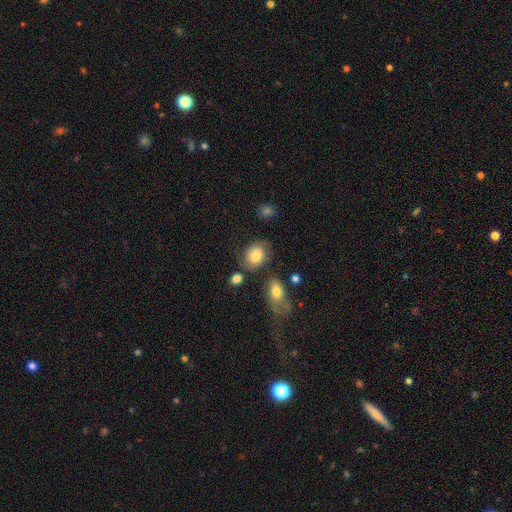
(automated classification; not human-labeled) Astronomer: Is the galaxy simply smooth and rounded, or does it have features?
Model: smooth — 69%.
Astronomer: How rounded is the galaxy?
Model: in between — 52% (runner-up: round, 47%).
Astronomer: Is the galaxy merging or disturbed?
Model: none — 60%.